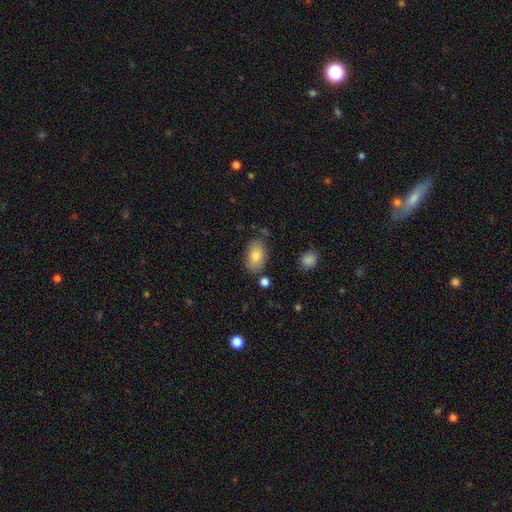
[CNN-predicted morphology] This is likely a smooth galaxy (80%). How rounded: clearly in between (90%). Merging: likely none (73%).